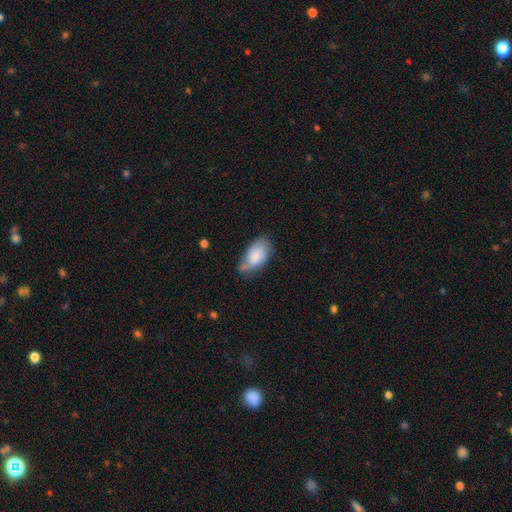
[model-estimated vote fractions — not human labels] Smooth or featured? Predicted: smooth (p=0.67). How rounded? Predicted: in between (p=0.94). Merging? Predicted: none (p=0.52).